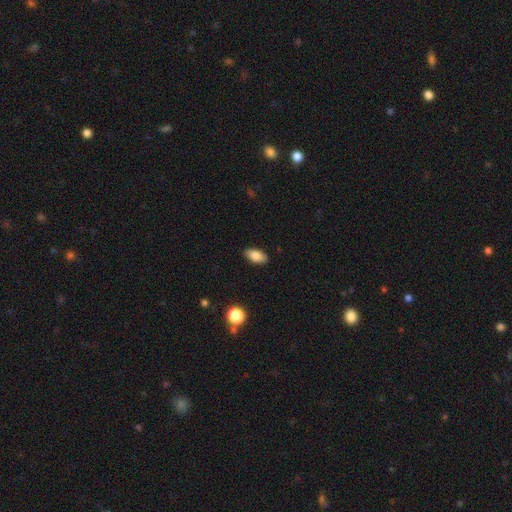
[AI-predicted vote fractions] smooth 85%, star or artifact 8%, featured or disk 7%. Down the decision tree: how rounded — in between (91%); merging — none (88%).